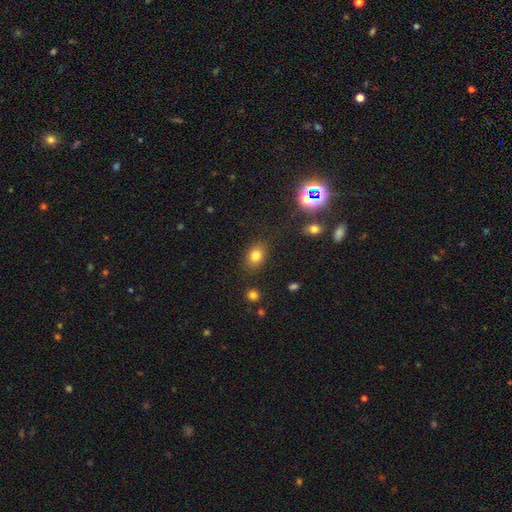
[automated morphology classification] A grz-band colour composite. It shows a smooth galaxy with no disk features (79%) that is in between round and cigar-shaped (66%). Merging: none (84%).